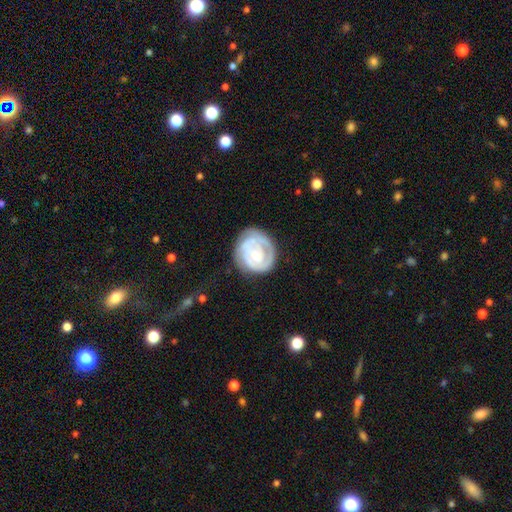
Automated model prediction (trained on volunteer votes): A featured or disk galaxy (72%) with no bar (73%), tight (72%) spiral arms (77%) and a small central bulge (50%).

Vote fractions:
- Smooth or featured? featured or disk: 72% / smooth: 23% / star or artifact: 5%
- Edge-on disk? no: 98% / yes: 2%
- Bar? no: 73% / weak: 22% / strong: 5%
- Spiral arms? yes: 77% / no: 23%
- Spiral winding? tight: 72% / medium: 20% / loose: 8%
- Spiral arm count? can't tell: 35% / 2: 29% / 1: 21% / 3: 9% / 4: 3% / more than 4: 3%
- Bulge size? small: 50% / moderate: 45% / large: 2% / none: 1% / dominant: 1%
- Merging? none: 65% / minor disturbance: 23% / major disturbance: 10% / merger: 2%